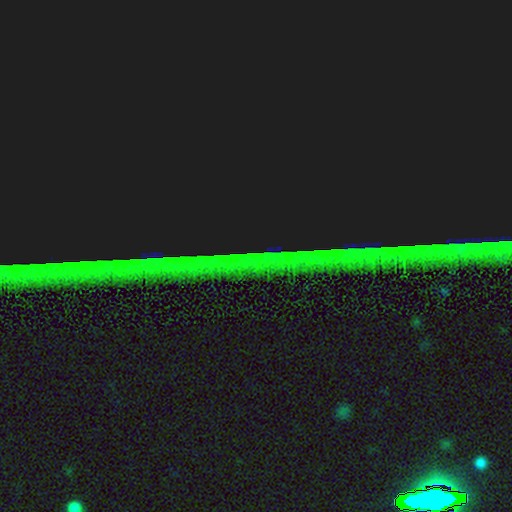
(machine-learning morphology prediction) Smooth or featured?
  - star or artifact: 83% *
  - smooth: 9%
  - featured or disk: 9%